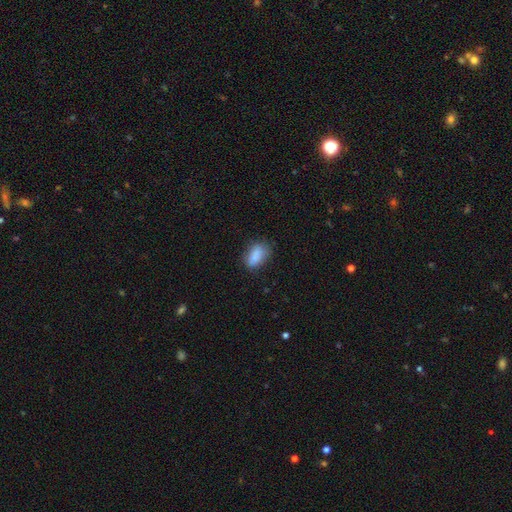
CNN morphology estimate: smooth-or-featured: smooth: 85% | star or artifact: 8% | featured or disk: 8%
  how-rounded: in between: 88% | round: 8% | cigar-shaped: 4%
  merging: none: 69% | minor disturbance: 22% | major disturbance: 6% | merger: 3%